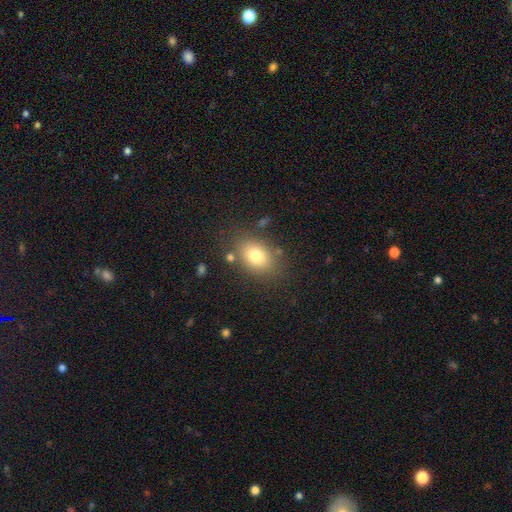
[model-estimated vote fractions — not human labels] Smooth or featured? Predicted: smooth (p=0.78). How rounded? Predicted: in between (p=0.74). Merging? Predicted: none (p=0.79).